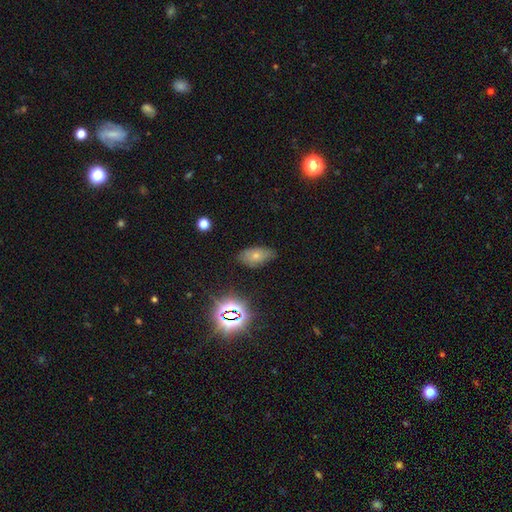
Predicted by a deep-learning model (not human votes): Smooth or featured? Predicted: smooth (p=0.61). How rounded? Predicted: in between (p=0.90). Merging? Predicted: none (p=0.71).